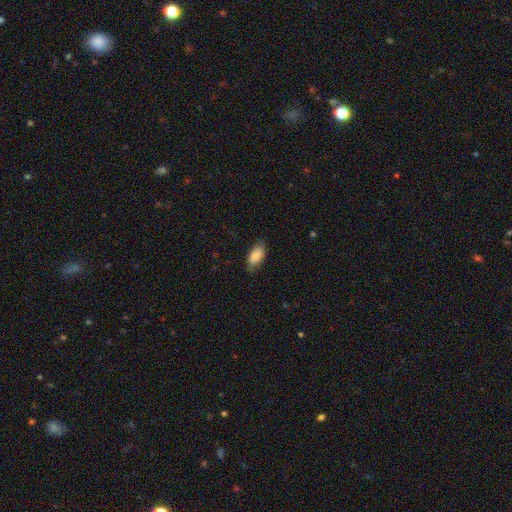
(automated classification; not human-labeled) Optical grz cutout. It shows a smooth galaxy with no disk features (83%) that is in between round and cigar-shaped (93%). Merging: none (72%).